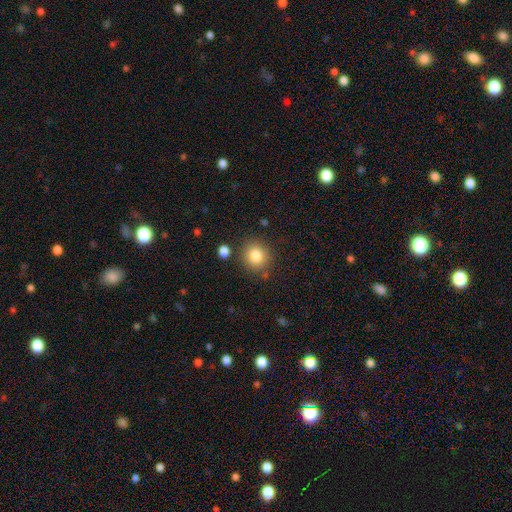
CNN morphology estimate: type=smooth (83%); roundness=round (86%); merging=none (83%).